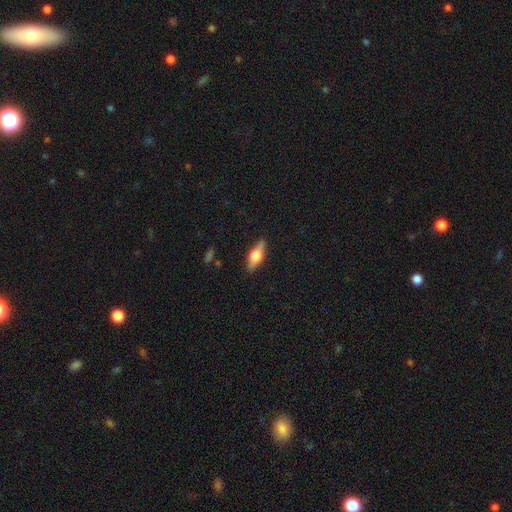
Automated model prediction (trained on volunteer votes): smooth 47%, featured or disk 46%, star or artifact 7%. Down the decision tree: merging — none (87%).